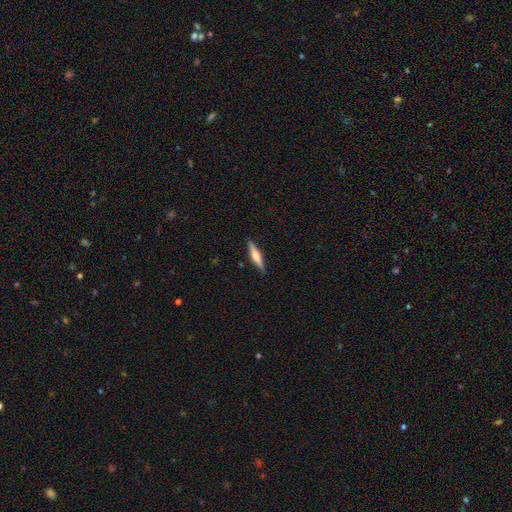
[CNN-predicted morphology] This is possibly a featured or disk galaxy (51%). It is clearly viewed edge-on (96%). Merging: clearly none (89%).